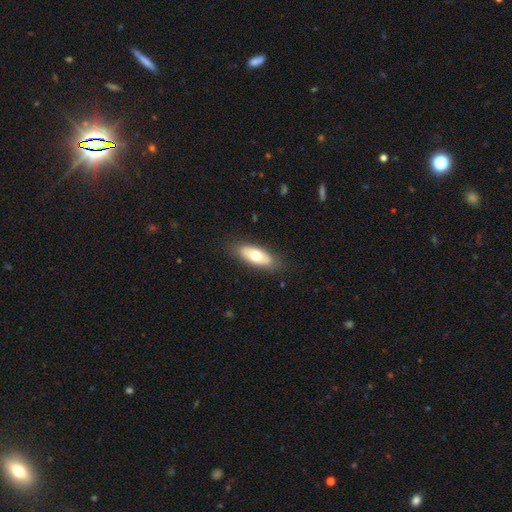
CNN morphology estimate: Smooth or featured?
  - smooth: 67% *
  - featured or disk: 27%
  - star or artifact: 6%
How rounded?
  - in between: 80% *
  - cigar-shaped: 18%
  - round: 3%
Merging?
  - none: 84% *
  - minor disturbance: 12%
  - major disturbance: 3%
  - merger: 1%